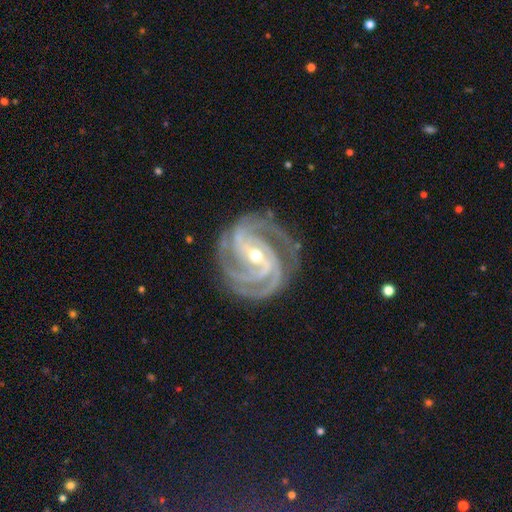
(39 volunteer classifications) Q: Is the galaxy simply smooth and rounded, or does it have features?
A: featured or disk — 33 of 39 (85%).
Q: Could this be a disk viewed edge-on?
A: no — 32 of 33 (97%).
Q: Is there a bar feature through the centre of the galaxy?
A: strong — 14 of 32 (44%).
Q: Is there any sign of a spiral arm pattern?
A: yes — 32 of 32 (100%).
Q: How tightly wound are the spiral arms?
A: tight — 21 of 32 (66%).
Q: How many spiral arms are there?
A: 3 — 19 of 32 (59%).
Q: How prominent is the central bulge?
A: small — 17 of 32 (53%).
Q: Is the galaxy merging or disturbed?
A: none — 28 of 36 (78%).